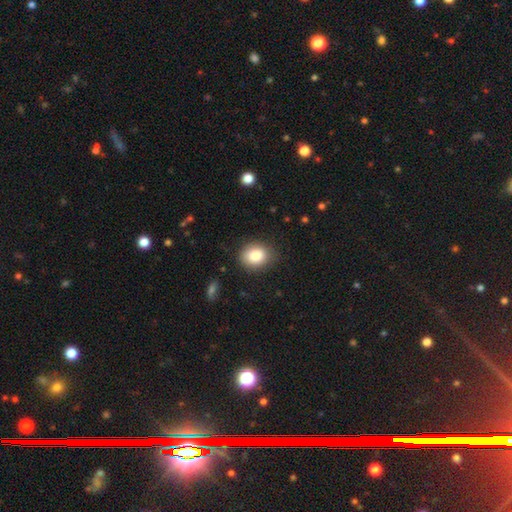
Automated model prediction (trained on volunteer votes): Smooth or featured?
  - smooth: 84% *
  - star or artifact: 9%
  - featured or disk: 7%
How rounded?
  - round: 53% *
  - in between: 46%
  - cigar-shaped: 1%
Merging?
  - none: 82% *
  - minor disturbance: 13%
  - major disturbance: 3%
  - merger: 1%